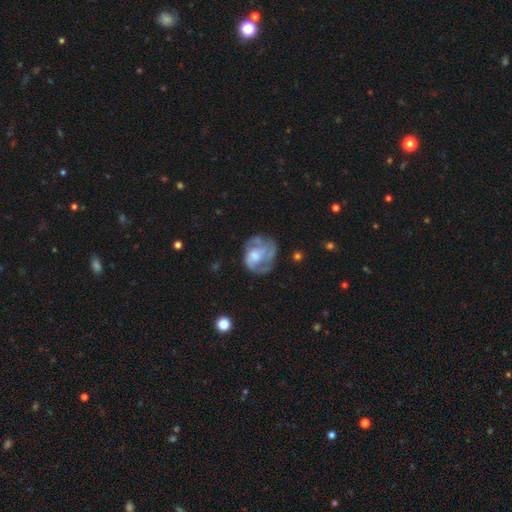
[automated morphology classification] smooth-or-featured: featured or disk: 65% | smooth: 28% | star or artifact: 7%
  disk-edge-on: no: 98% | yes: 2%
    bar: no: 70% | weak: 26% | strong: 4%
    has-spiral-arms: yes: 73% | no: 27%
    bulge-size: moderate: 42% | small: 22% | none: 18% | large: 16% | dominant: 2%
  merging: none: 49% | major disturbance: 25% | minor disturbance: 23% | merger: 3%